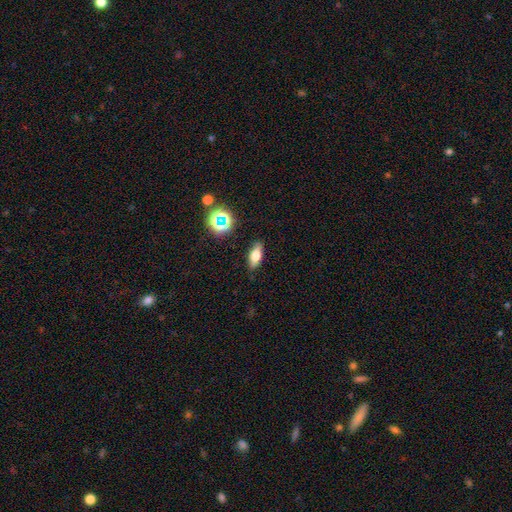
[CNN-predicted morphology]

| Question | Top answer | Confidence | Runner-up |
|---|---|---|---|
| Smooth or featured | smooth | 64% | featured or disk (24%) |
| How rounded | in between | 73% | cigar-shaped (21%) |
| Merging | none | 86% | minor disturbance (10%) |